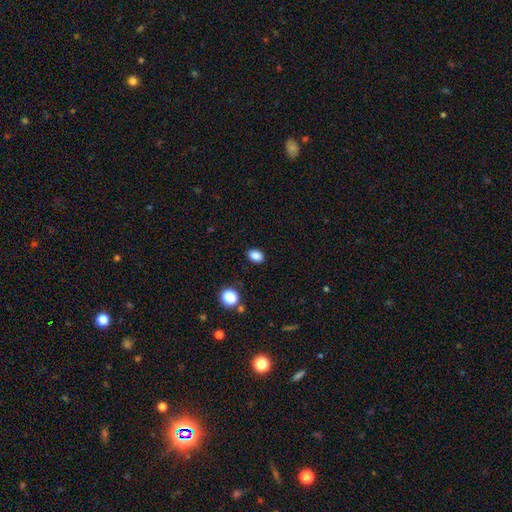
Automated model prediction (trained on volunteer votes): This appears to be a smooth galaxy with no disk features (86%) that is in between round and cigar-shaped (76%). Merging: none (89%).